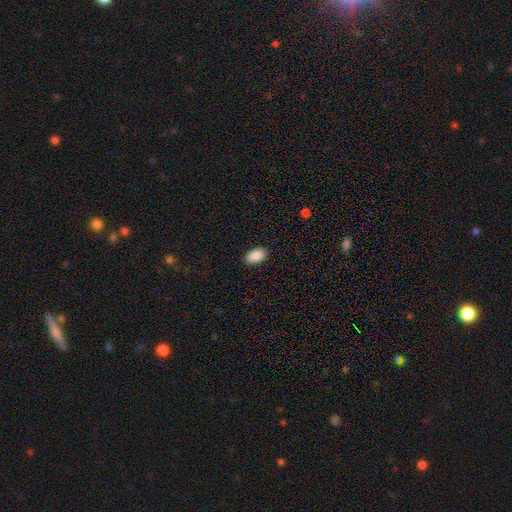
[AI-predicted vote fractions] Smooth or featured?
  - smooth: 89% *
  - star or artifact: 7%
  - featured or disk: 4%
How rounded?
  - in between: 94% *
  - round: 4%
  - cigar-shaped: 2%
Merging?
  - none: 88% *
  - minor disturbance: 9%
  - major disturbance: 2%
  - merger: 1%